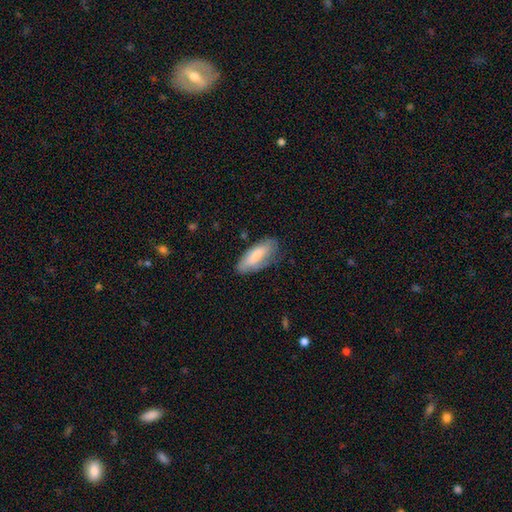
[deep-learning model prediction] A smooth galaxy with no disk features (74%) that is in between round and cigar-shaped (77%).

Vote fractions:
- Smooth or featured? smooth: 74% / featured or disk: 20% / star or artifact: 6%
- How rounded? in between: 77% / cigar-shaped: 21% / round: 2%
- Merging? none: 68% / minor disturbance: 24% / major disturbance: 6% / merger: 2%